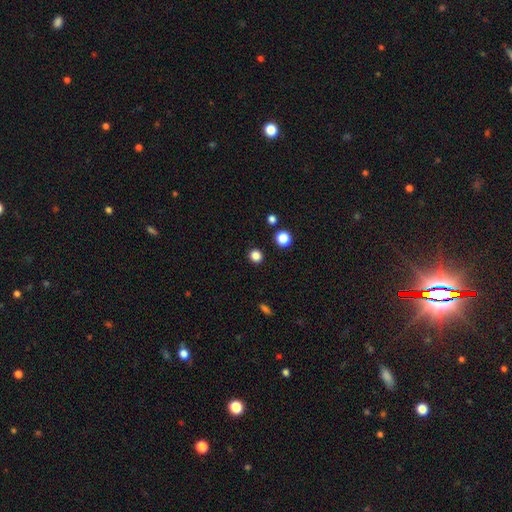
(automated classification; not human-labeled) Q: Smooth or featured?
A: smooth (84%); runner-up: star or artifact (13%)
Q: How rounded?
A: round (93%); runner-up: in between (6%)
Q: Merging?
A: none (92%); runner-up: minor disturbance (5%)